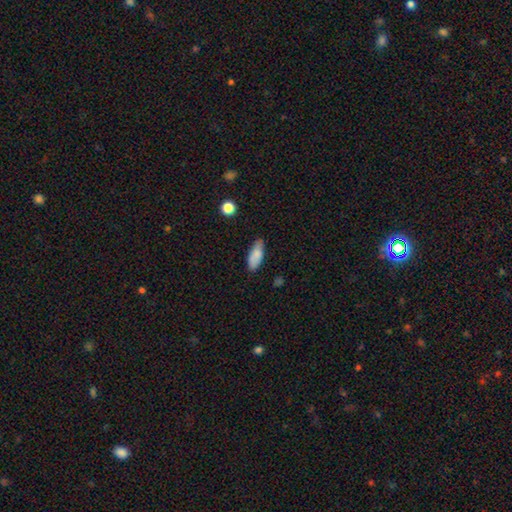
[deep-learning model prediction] smooth 83%, featured or disk 10%, star or artifact 7%. Down the decision tree: how rounded — in between (79%); merging — none (76%).